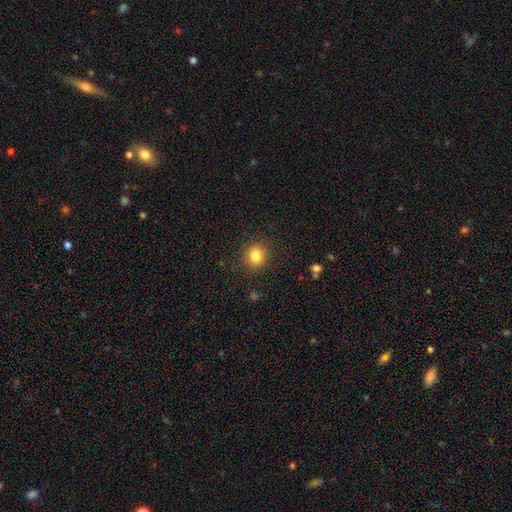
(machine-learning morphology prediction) Smooth or featured: smooth — 83% (star or artifact — 11%)
How rounded: round — 79% (in between — 20%)
Merging: none — 89% (minor disturbance — 8%)